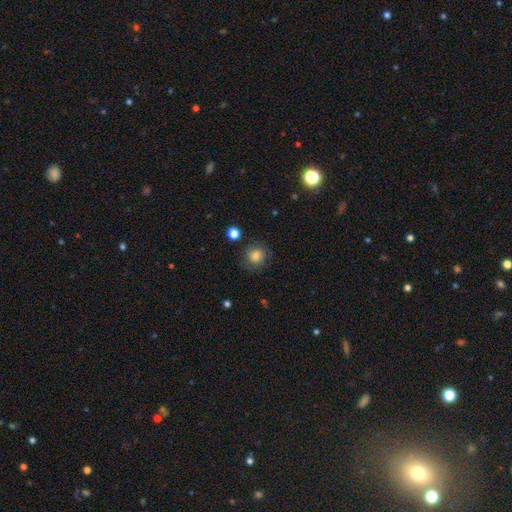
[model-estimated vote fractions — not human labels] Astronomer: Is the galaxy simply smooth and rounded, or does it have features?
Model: smooth — 79%.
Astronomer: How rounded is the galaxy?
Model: round — 88%.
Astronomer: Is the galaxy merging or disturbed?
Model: none — 80%.